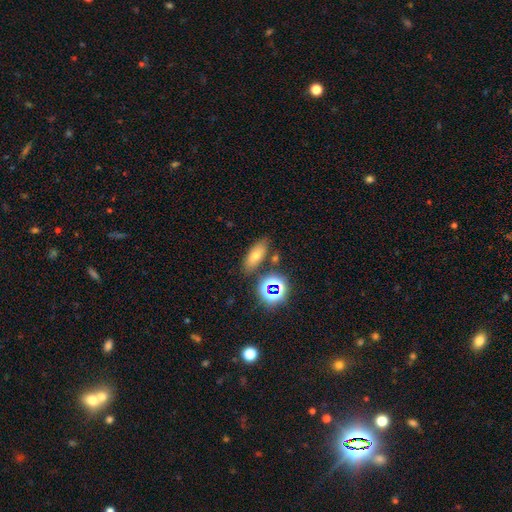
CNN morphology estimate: Smooth or featured: smooth — 56% (star or artifact — 26%)
How rounded: in between — 67% (cigar-shaped — 21%)
Merging: none — 79% (minor disturbance — 11%)